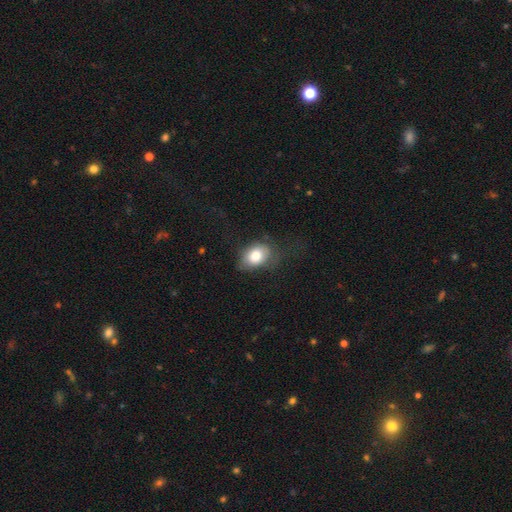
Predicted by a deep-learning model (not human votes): smooth_or_featured: smooth (p=0.78) [alt: featured or disk p=0.13]
how_rounded: in between (p=0.69) [alt: round p=0.30]
merging: none (p=0.57) [alt: minor disturbance p=0.26]